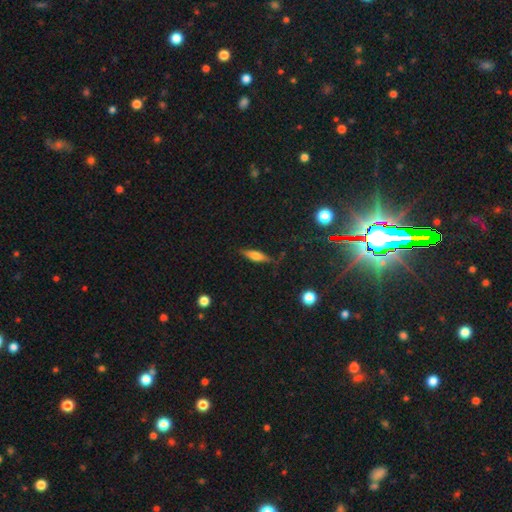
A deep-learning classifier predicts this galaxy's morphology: This is possibly a smooth galaxy (49%). Merging: likely none (78%).